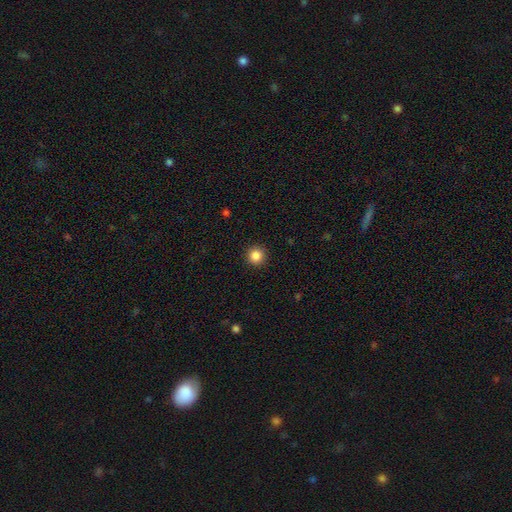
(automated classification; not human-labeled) A smooth galaxy with no disk features (86%) that is round (94%).

Vote fractions:
- Smooth or featured? smooth: 86% / star or artifact: 10% / featured or disk: 3%
- How rounded? round: 94% / in between: 5% / cigar-shaped: 1%
- Merging? none: 92% / minor disturbance: 5% / major disturbance: 2% / merger: 1%